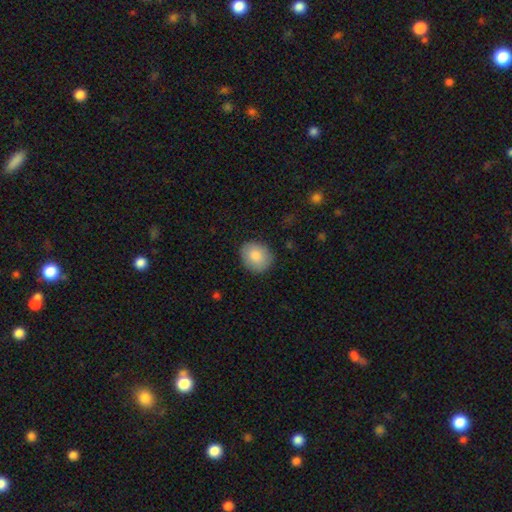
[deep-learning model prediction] Smooth or featured? Predicted: smooth (p=0.86). How rounded? Predicted: round (p=0.59). Merging? Predicted: none (p=0.86).